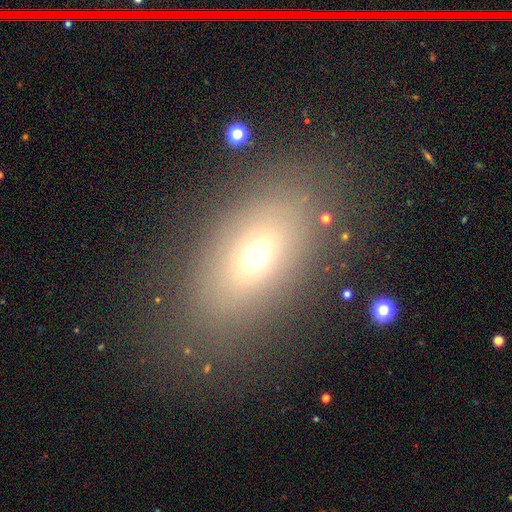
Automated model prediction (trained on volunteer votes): smooth 64%, featured or disk 20%, star or artifact 16%. Down the decision tree: how rounded — in between (82%); merging — none (79%).